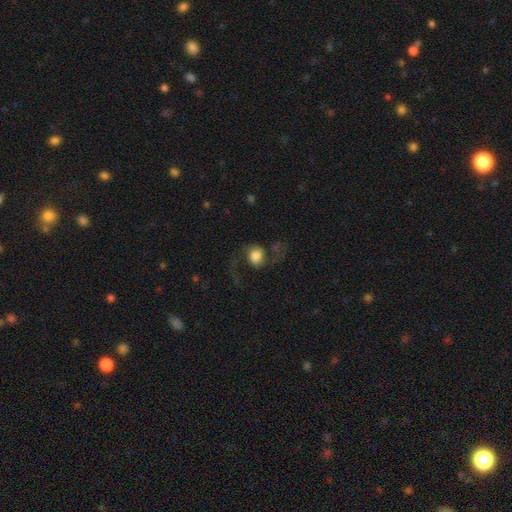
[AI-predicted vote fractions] A smooth galaxy with no disk features (49%).

Vote fractions:
- Smooth or featured? smooth: 49% / featured or disk: 42% / star or artifact: 9%
- Merging? none: 47% / major disturbance: 32% / minor disturbance: 17% / merger: 4%